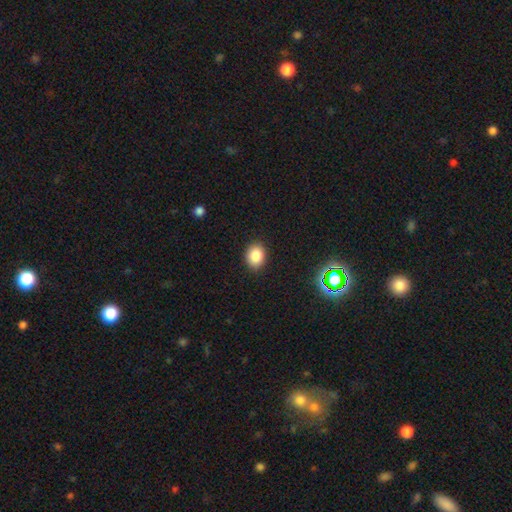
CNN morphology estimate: Q: Smooth or featured?
A: smooth (85%); runner-up: star or artifact (10%)
Q: How rounded?
A: in between (53%); runner-up: round (46%)
Q: Merging?
A: none (89%); runner-up: minor disturbance (8%)